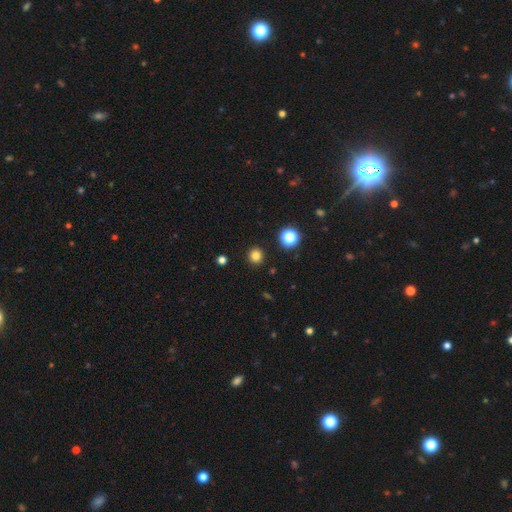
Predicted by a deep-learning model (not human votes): This is clearly a smooth galaxy (82%). How rounded: clearly round (94%). Merging: clearly none (92%).